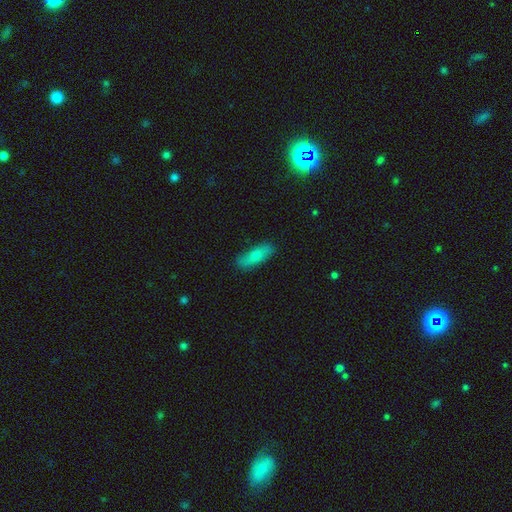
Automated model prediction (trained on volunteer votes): A smooth galaxy with no disk features (77%) that is in between round and cigar-shaped (65%). Merging: none (80%).